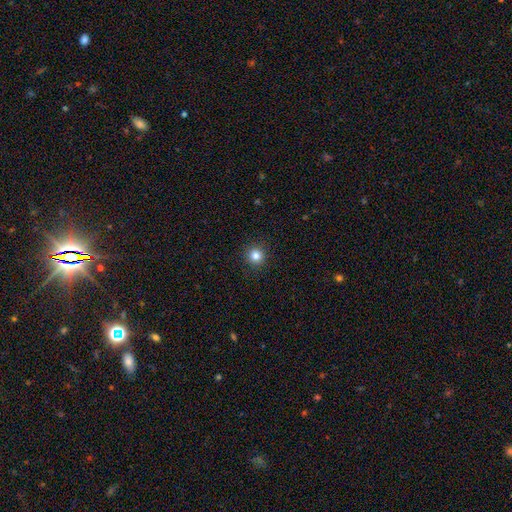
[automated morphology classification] smooth_or_featured: smooth (p=0.82) [alt: star or artifact p=0.13]
how_rounded: round (p=0.95) [alt: in between p=0.04]
merging: none (p=0.92) [alt: minor disturbance p=0.05]